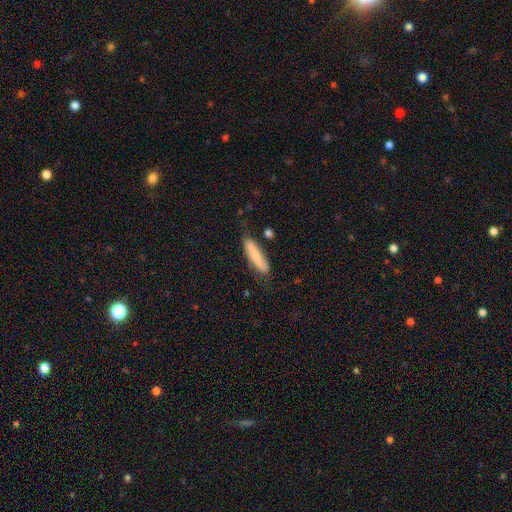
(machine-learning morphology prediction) Smooth or featured?
  - smooth: 62% *
  - featured or disk: 32%
  - star or artifact: 6%
How rounded?
  - cigar-shaped: 70% *
  - in between: 28%
  - round: 2%
Merging?
  - none: 68% *
  - minor disturbance: 23%
  - major disturbance: 6%
  - merger: 3%